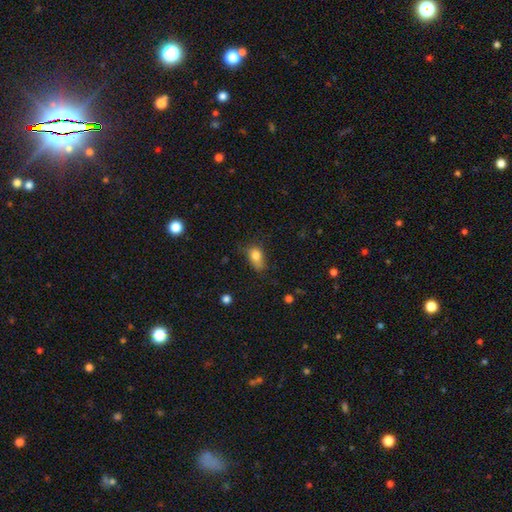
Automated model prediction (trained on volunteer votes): smooth-or-featured: smooth: 80% | featured or disk: 10% | star or artifact: 10%
  how-rounded: in between: 76% | round: 21% | cigar-shaped: 3%
  merging: none: 50% | minor disturbance: 34% | major disturbance: 13% | merger: 3%